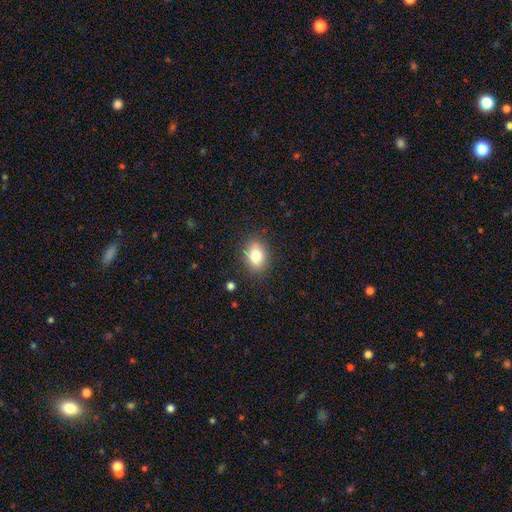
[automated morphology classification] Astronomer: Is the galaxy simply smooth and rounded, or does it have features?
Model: smooth — 80%.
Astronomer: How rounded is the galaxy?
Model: in between — 67%.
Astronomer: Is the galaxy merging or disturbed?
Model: none — 85%.